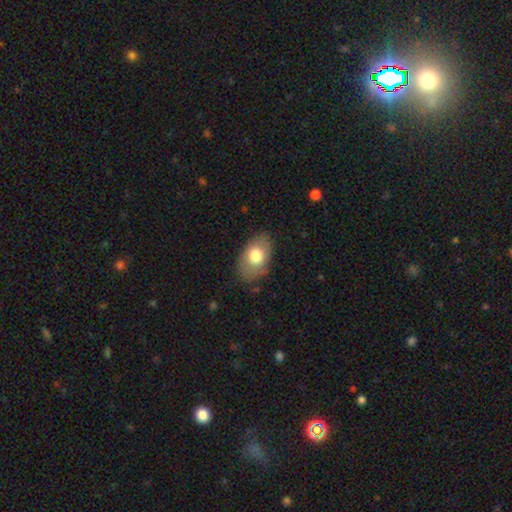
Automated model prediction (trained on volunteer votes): smooth_or_featured: smooth (p=0.73) [alt: featured or disk p=0.20]
how_rounded: in between (p=0.88) [alt: round p=0.11]
merging: none (p=0.75) [alt: minor disturbance p=0.18]